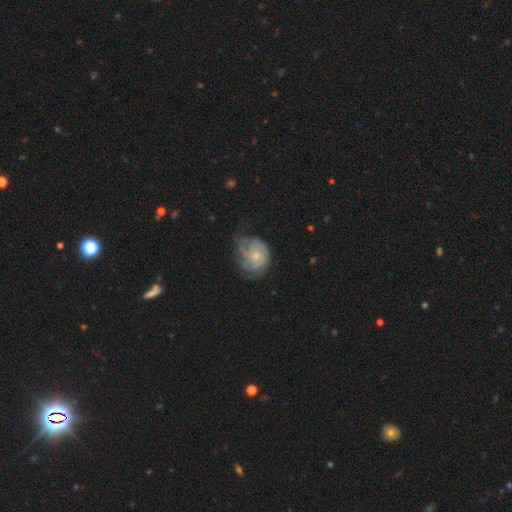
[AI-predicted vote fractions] Morphology: type=featured or disk (75%); edge-on=no (98%); bar=no (76%); spiral arms=yes (90%); winding=tight (59%); arm count=can't tell (35%); bulge=small (58%); merging=none (50%).